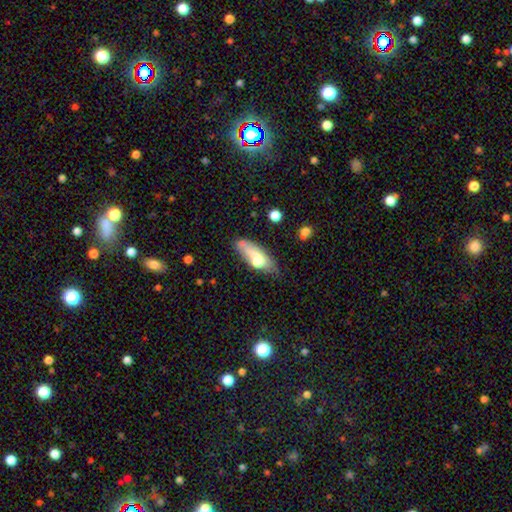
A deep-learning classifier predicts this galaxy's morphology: A smooth galaxy with no disk features (63%) that is in between round and cigar-shaped (65%).

Vote fractions:
- Smooth or featured? smooth: 63% / featured or disk: 30% / star or artifact: 8%
- How rounded? in between: 65% / cigar-shaped: 31% / round: 4%
- Merging? none: 50% / minor disturbance: 28% / major disturbance: 11% / merger: 11%